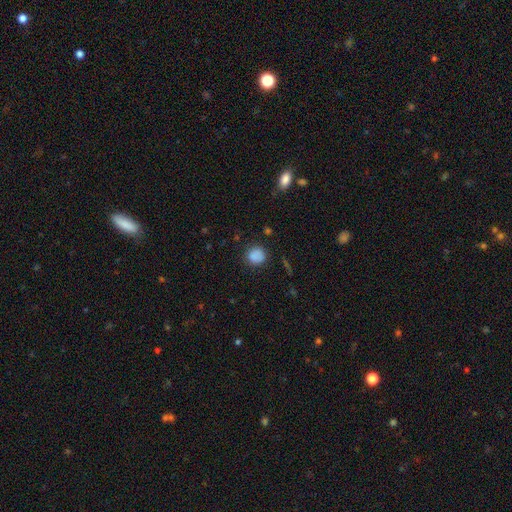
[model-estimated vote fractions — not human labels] Q: Smooth or featured?
A: smooth (84%); runner-up: star or artifact (10%)
Q: How rounded?
A: round (85%); runner-up: in between (14%)
Q: Merging?
A: none (77%); runner-up: minor disturbance (16%)